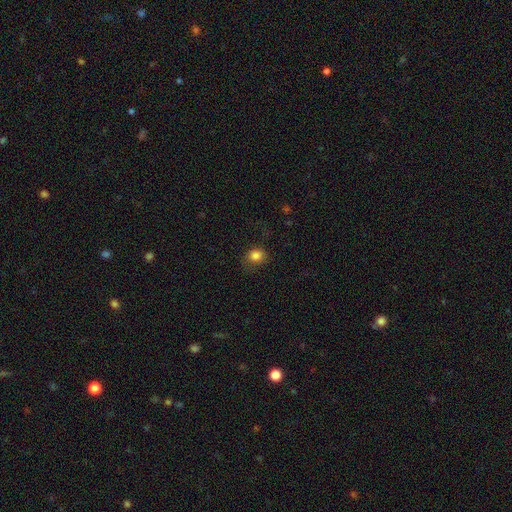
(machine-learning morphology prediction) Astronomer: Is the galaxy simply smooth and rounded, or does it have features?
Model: smooth — 83%.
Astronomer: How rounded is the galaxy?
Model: round — 62% (runner-up: in between, 37%).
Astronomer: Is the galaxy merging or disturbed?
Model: none — 74%.